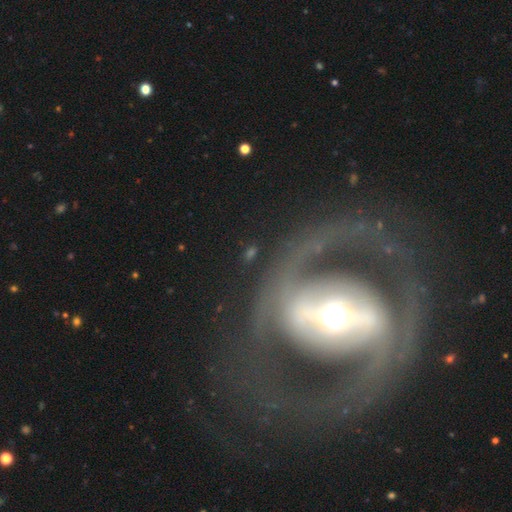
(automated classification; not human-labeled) This is clearly a featured or disk galaxy (83%). It is clearly not viewed edge-on (93%). Bar: likely strong (65%). Spiral arm pattern: likely yes (73%). Spiral arm count: clearly 2 (82%). Spiral winding: marginally medium (43%). Central bulge: possibly moderate (56%). Merging: likely none (71%).